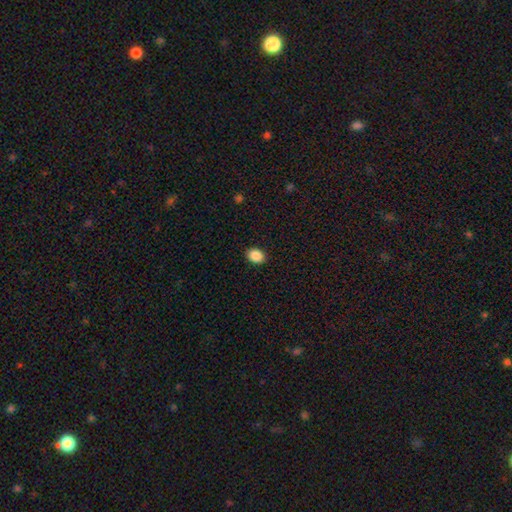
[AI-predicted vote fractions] smooth-or-featured: smooth: 89% | star or artifact: 9% | featured or disk: 3%
  how-rounded: in between: 66% | round: 33% | cigar-shaped: 1%
  merging: none: 91% | minor disturbance: 6% | major disturbance: 2% | merger: 1%